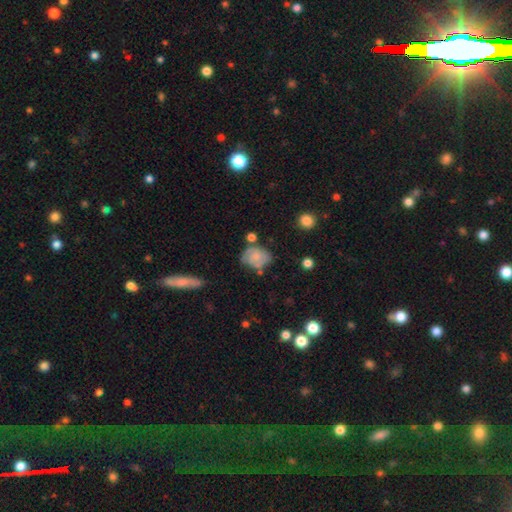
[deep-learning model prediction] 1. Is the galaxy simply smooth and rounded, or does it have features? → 47% featured or disk, 45% smooth, 8% star or artifact.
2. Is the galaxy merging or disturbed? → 54% none, 26% minor disturbance, 11% merger, 10% major disturbance.